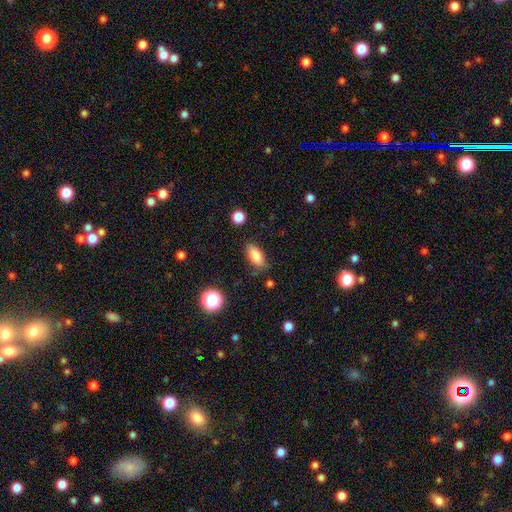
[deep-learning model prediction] Smooth or featured? smooth (83%)
How rounded? in between (85%)
Merging? none (79%)